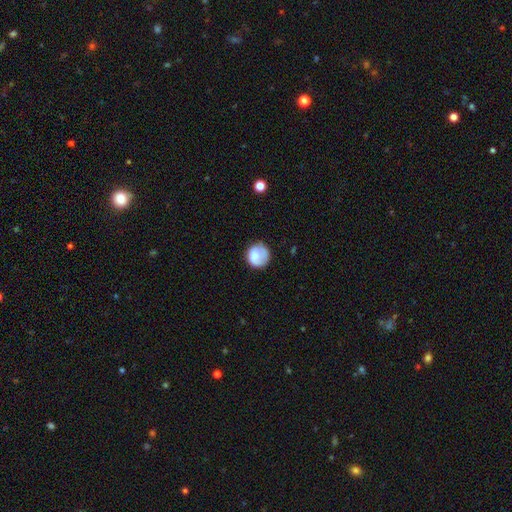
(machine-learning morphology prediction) The model was most divided on "merging": none: 64%, minor disturbance: 23%, major disturbance: 12%, merger: 2%. More confident: how rounded — round (85%); smooth or featured — smooth (74%).